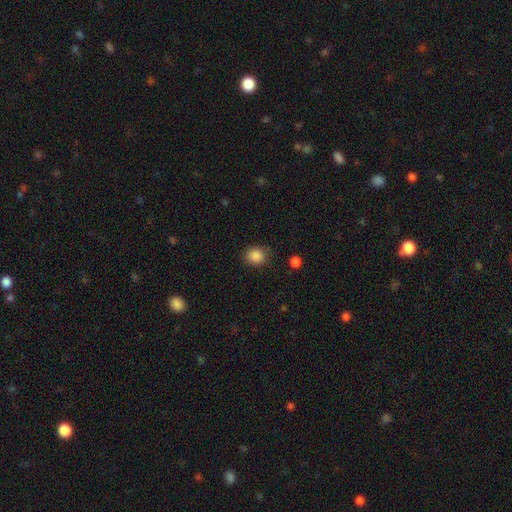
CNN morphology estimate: The model was most divided on "how rounded": round: 79%, in between: 20%, cigar-shaped: 1%. More confident: smooth or featured — smooth (87%); merging — none (85%).